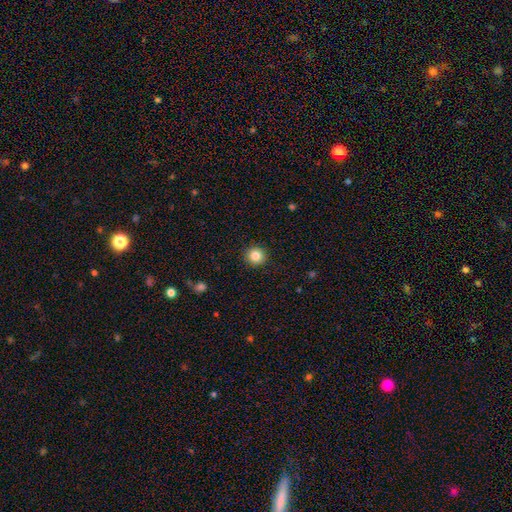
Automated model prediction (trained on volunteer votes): smooth_or_featured: smooth (p=0.84) [alt: star or artifact p=0.10]
how_rounded: round (p=0.94) [alt: in between p=0.05]
merging: none (p=0.93) [alt: minor disturbance p=0.05]